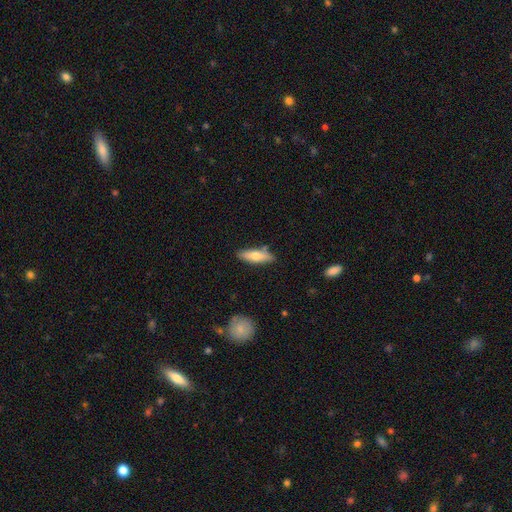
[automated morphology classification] Smooth or featured: smooth — 63% (featured or disk — 32%)
How rounded: cigar-shaped — 54% (in between — 44%)
Merging: none — 80% (minor disturbance — 13%)